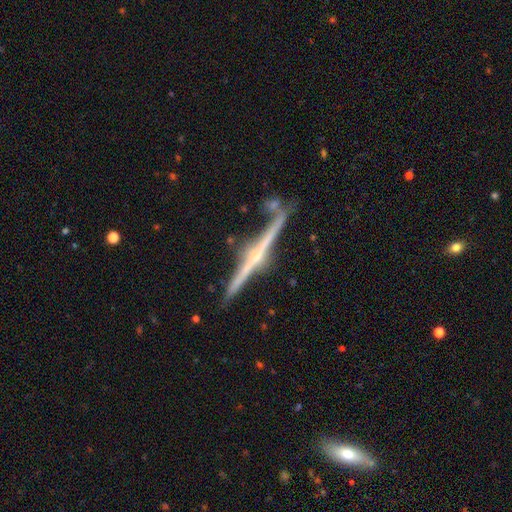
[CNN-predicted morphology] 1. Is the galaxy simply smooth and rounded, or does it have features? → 87% featured or disk, 8% smooth, 6% star or artifact.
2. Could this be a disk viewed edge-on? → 98% yes, 2% no.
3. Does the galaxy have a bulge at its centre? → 85% rounded, 9% none, 5% boxy.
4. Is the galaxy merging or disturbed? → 77% none, 12% minor disturbance, 7% merger, 3% major disturbance.